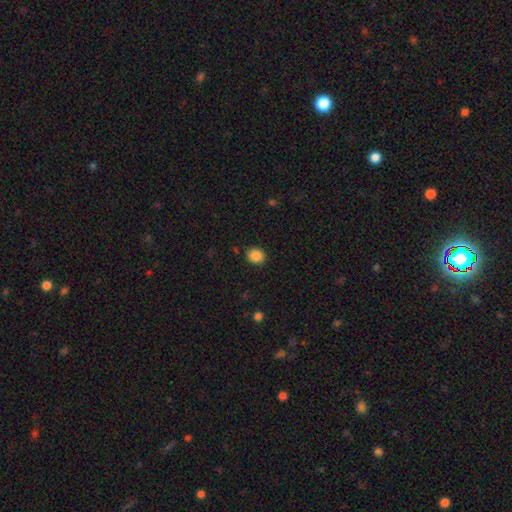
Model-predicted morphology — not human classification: Smooth or featured: smooth — 87% (star or artifact — 10%)
How rounded: round — 66% (in between — 33%)
Merging: none — 89% (minor disturbance — 8%)